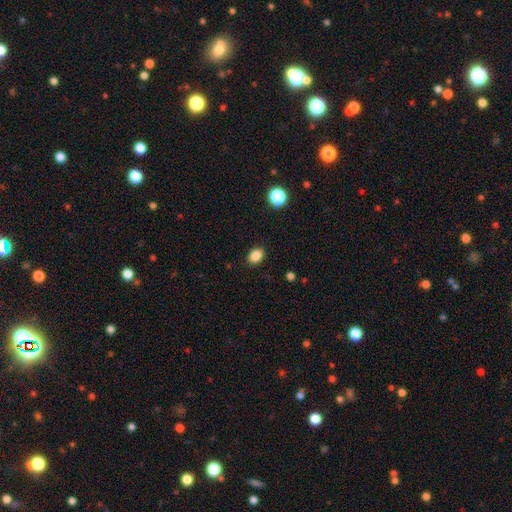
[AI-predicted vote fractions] Smooth or featured?
  - smooth: 87% *
  - star or artifact: 10%
  - featured or disk: 4%
How rounded?
  - in between: 71% *
  - round: 28%
  - cigar-shaped: 1%
Merging?
  - none: 89% *
  - minor disturbance: 8%
  - major disturbance: 2%
  - merger: 1%